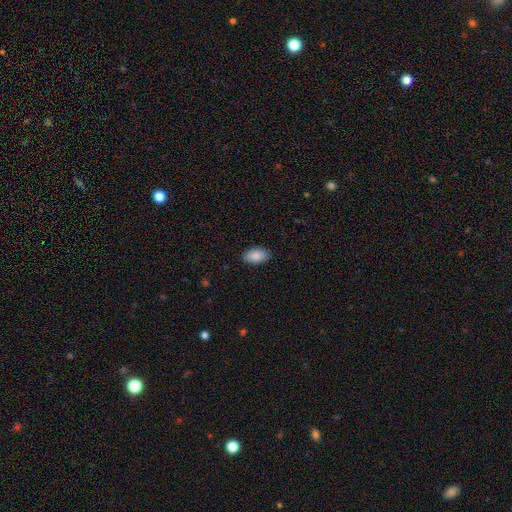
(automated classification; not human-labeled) This appears to be a smooth galaxy with no disk features (89%) that is in between round and cigar-shaped (94%). Merging: none (88%).